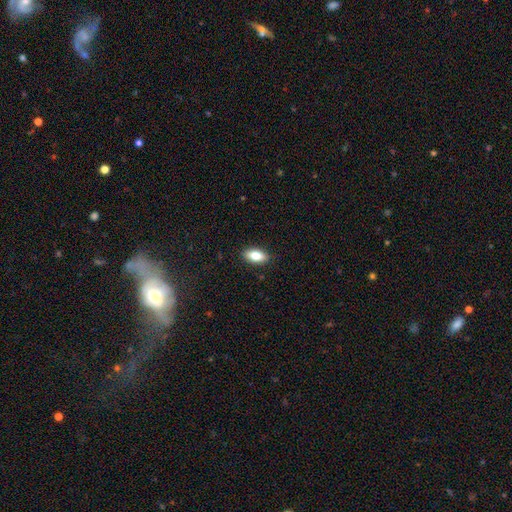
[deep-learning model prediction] smooth 79%, featured or disk 14%, star or artifact 7%. Down the decision tree: how rounded — in between (87%); merging — none (88%).